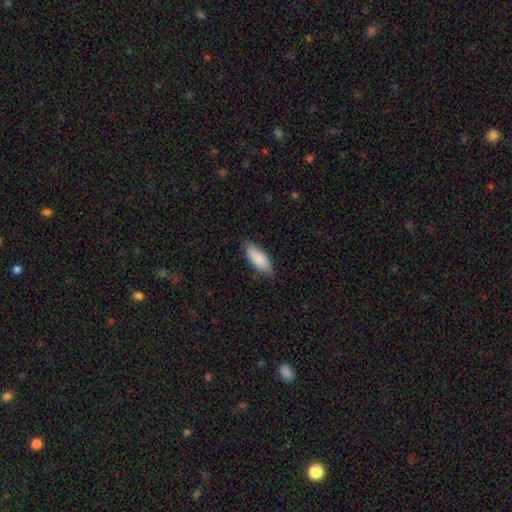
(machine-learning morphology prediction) smooth_or_featured: smooth (p=0.87) [alt: featured or disk p=0.07]
how_rounded: in between (p=0.74) [alt: cigar-shaped p=0.25]
merging: none (p=0.82) [alt: minor disturbance p=0.14]